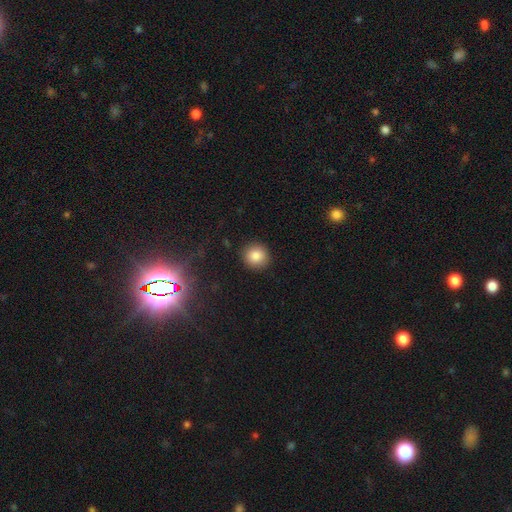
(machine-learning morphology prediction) Smooth or featured: smooth — 84% (star or artifact — 10%)
How rounded: round — 93% (in between — 7%)
Merging: none — 91% (minor disturbance — 6%)